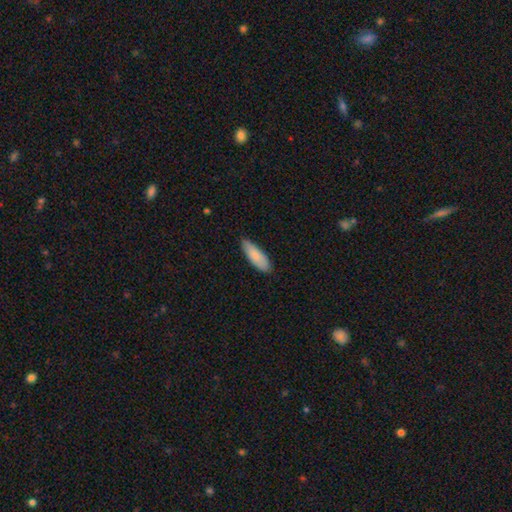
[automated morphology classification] smooth_or_featured: smooth (p=0.84) [alt: featured or disk p=0.10]
how_rounded: in between (p=0.63) [alt: cigar-shaped p=0.36]
merging: none (p=0.82) [alt: minor disturbance p=0.15]